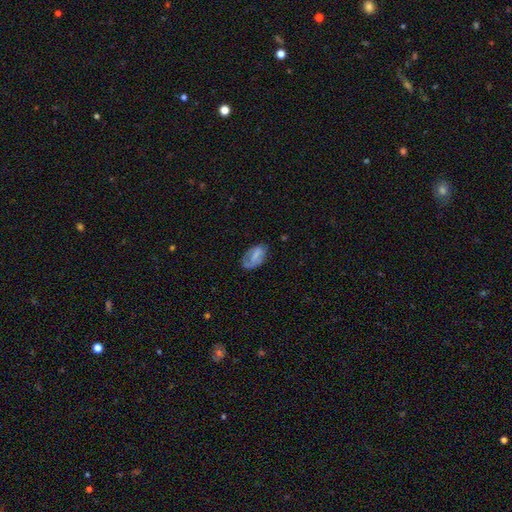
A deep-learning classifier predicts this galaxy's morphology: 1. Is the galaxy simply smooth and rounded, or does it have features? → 61% smooth, 31% featured or disk, 8% star or artifact.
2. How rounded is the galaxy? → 91% in between, 6% round, 3% cigar-shaped.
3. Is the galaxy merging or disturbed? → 56% none, 28% minor disturbance, 13% major disturbance, 2% merger.